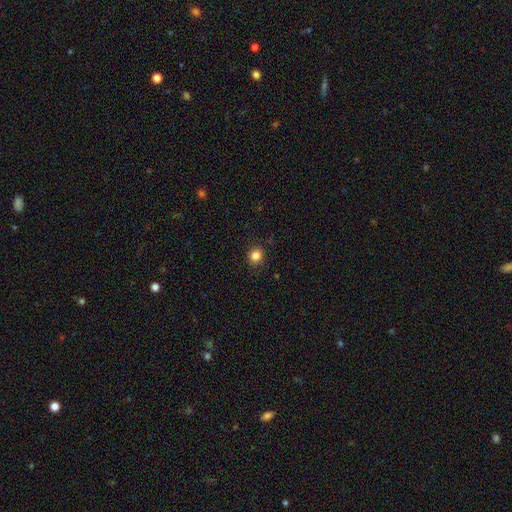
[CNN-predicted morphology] This appears to be a smooth galaxy with no disk features (85%) that is round (83%). Merging: none (90%).